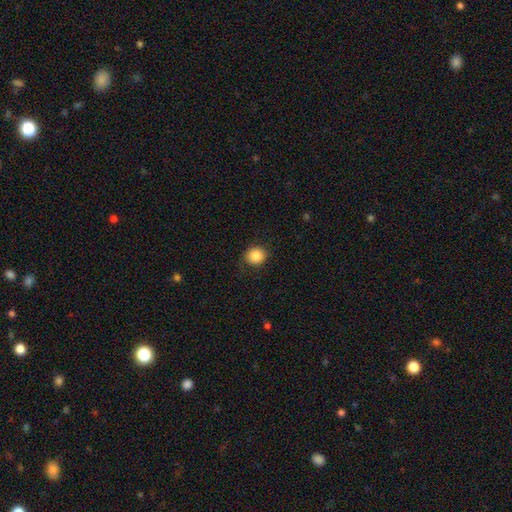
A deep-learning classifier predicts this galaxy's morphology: Smooth or featured?
  - smooth: 86% *
  - star or artifact: 10%
  - featured or disk: 4%
How rounded?
  - round: 86% *
  - in between: 13%
  - cigar-shaped: 1%
Merging?
  - none: 86% *
  - minor disturbance: 10%
  - major disturbance: 3%
  - merger: 1%